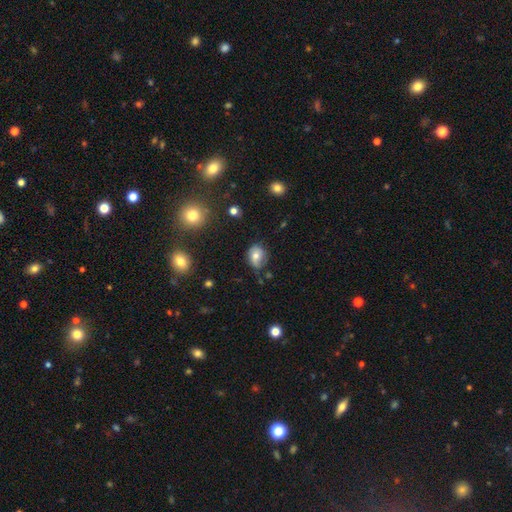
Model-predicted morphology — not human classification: A smooth galaxy with no disk features (66%) that is in between round and cigar-shaped (52%). Merging: none (58%).